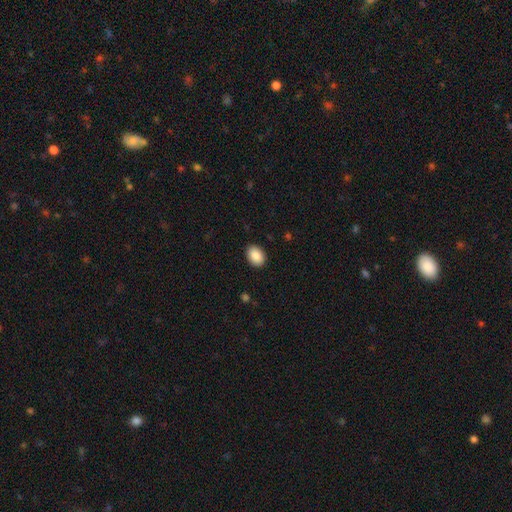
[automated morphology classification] smooth-or-featured: smooth: 89% | star or artifact: 7% | featured or disk: 4%
  how-rounded: in between: 75% | round: 24% | cigar-shaped: 1%
  merging: none: 90% | minor disturbance: 7% | major disturbance: 2% | merger: 1%